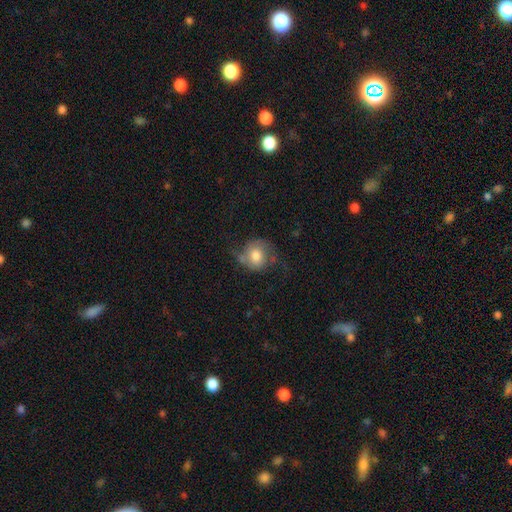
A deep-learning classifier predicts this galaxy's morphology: Smooth or featured: featured or disk — 54% (smooth — 38%)
Edge-on disk: no — 97% (yes — 3%)
Bar: no — 70% (weak — 25%)
Spiral arms: yes — 87% (no — 13%)
Bulge size: moderate — 56% (large — 26%)
Merging: none — 55% (minor disturbance — 24%)